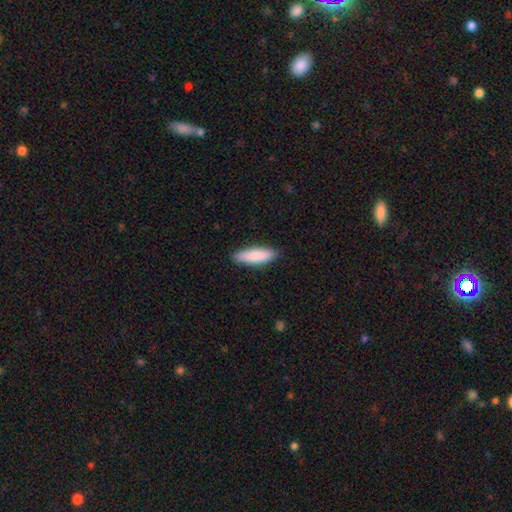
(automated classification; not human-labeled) Smooth or featured? smooth (85%)
How rounded? cigar-shaped (52%)
Merging? none (88%)